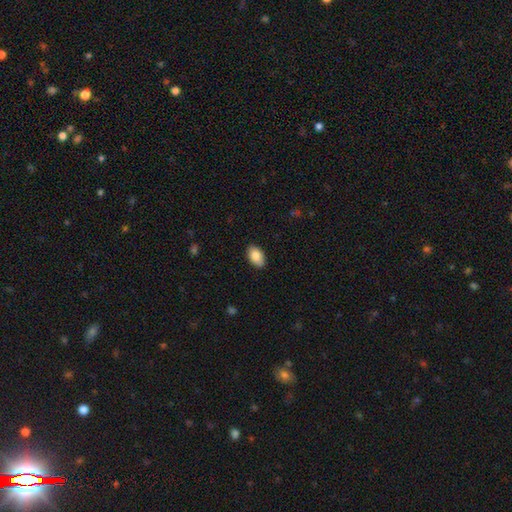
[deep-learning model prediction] Smooth or featured? Predicted: smooth (p=0.85). How rounded? Predicted: in between (p=0.93). Merging? Predicted: none (p=0.88).